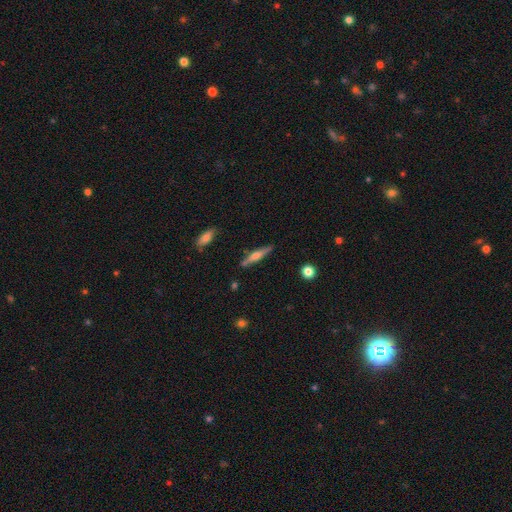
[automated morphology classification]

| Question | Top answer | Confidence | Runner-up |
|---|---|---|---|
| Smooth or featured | featured or disk | 53% | smooth (41%) |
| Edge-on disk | yes | 95% | no (5%) |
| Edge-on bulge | rounded | 80% | boxy (10%) |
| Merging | none | 85% | minor disturbance (10%) |